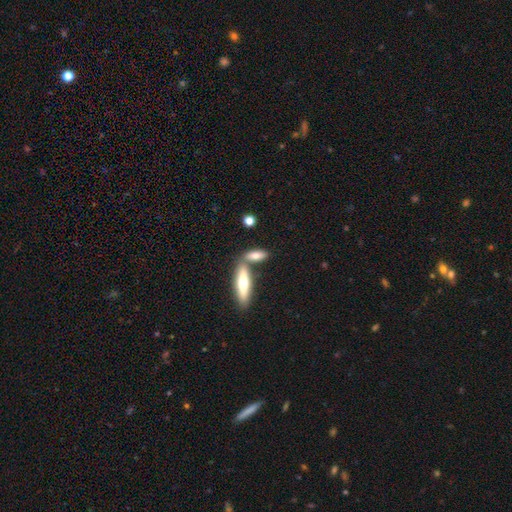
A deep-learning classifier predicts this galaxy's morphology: Overall: smooth (70%). How rounded: in between (53%; cigar-shaped 43%). Merging: none (57%; merger 30%).